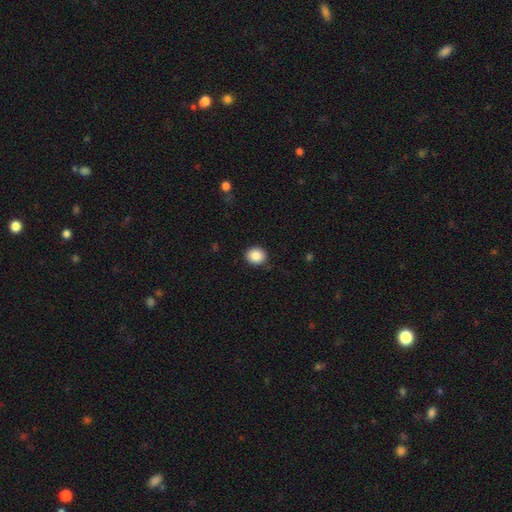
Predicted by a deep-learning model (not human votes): The model was most divided on "how rounded": round: 74%, in between: 26%, cigar-shaped: 1%. More confident: merging — none (88%); smooth or featured — smooth (87%).